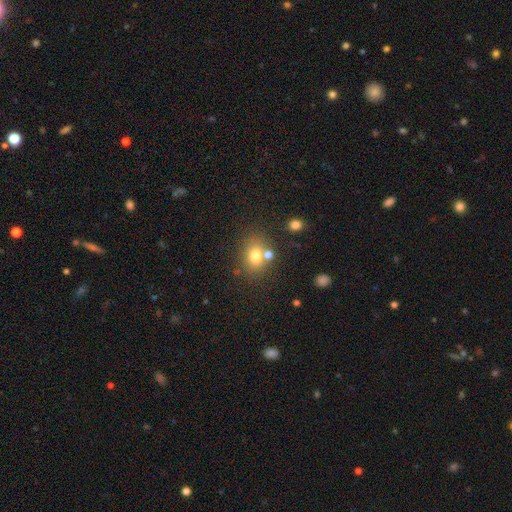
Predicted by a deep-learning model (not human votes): Q: Smooth or featured?
A: smooth (74%); runner-up: star or artifact (13%)
Q: How rounded?
A: round (52%); runner-up: in between (47%)
Q: Merging?
A: none (64%); runner-up: merger (19%)